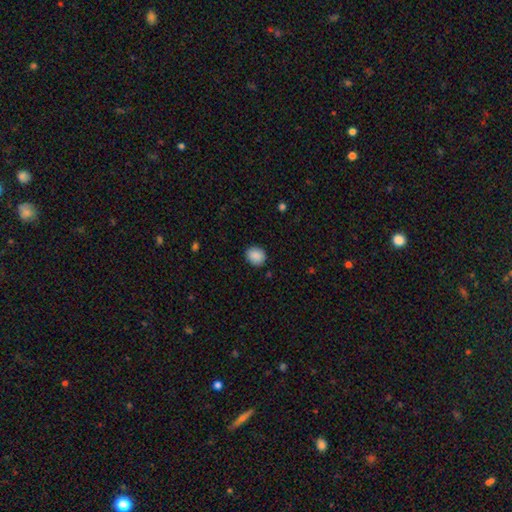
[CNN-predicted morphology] This is clearly a smooth galaxy (89%). How rounded: likely round (64%). Merging: clearly none (87%).